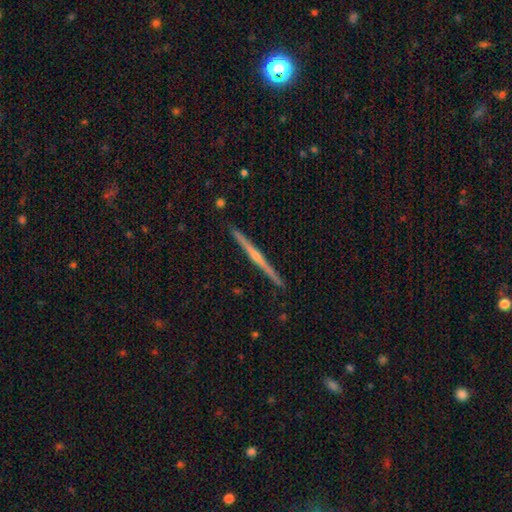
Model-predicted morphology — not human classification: Q: Smooth or featured?
A: featured or disk (79%); runner-up: smooth (15%)
Q: Edge-on disk?
A: yes (99%); runner-up: no (1%)
Q: Edge-on bulge?
A: rounded (75%); runner-up: none (20%)
Q: Merging?
A: none (92%); runner-up: minor disturbance (6%)